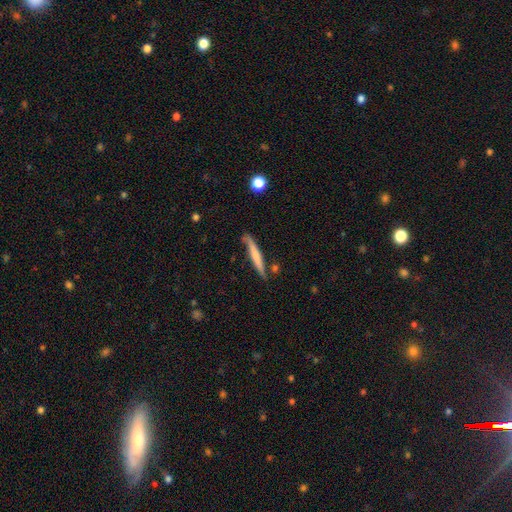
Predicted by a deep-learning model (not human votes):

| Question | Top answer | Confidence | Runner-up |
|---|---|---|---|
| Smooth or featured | smooth | 57% | featured or disk (37%) |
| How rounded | cigar-shaped | 94% | in between (4%) |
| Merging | none | 70% | minor disturbance (21%) |